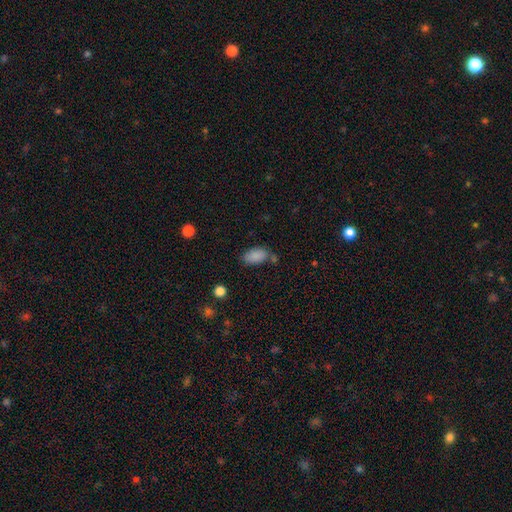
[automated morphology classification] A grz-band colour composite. It shows a smooth galaxy with no disk features (87%) that is in between round and cigar-shaped (94%). Merging: none (67%).